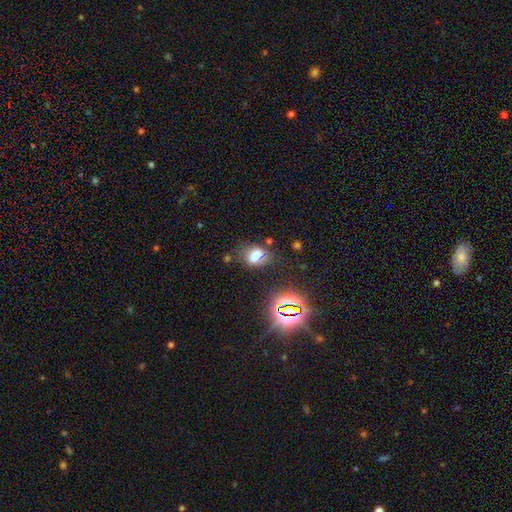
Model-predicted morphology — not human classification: Smooth or featured? smooth (60%)
How rounded? in between (73%)
Merging? none (58%)